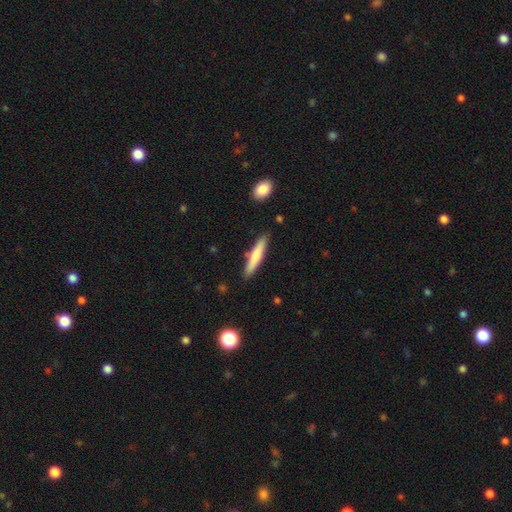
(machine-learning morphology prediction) Smooth or featured?
  - smooth: 71% *
  - featured or disk: 24%
  - star or artifact: 5%
How rounded?
  - cigar-shaped: 90% *
  - in between: 9%
  - round: 1%
Merging?
  - none: 86% *
  - minor disturbance: 10%
  - merger: 3%
  - major disturbance: 2%